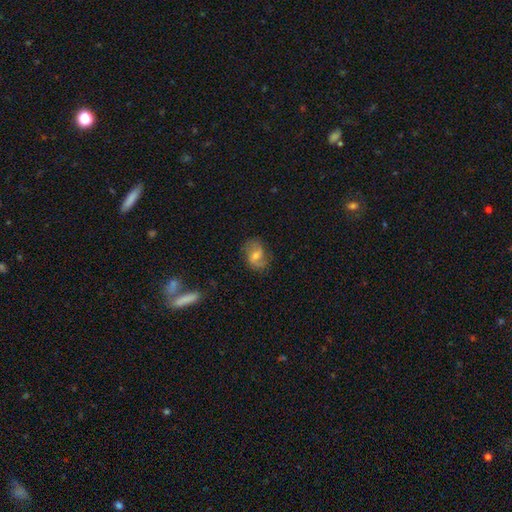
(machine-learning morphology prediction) Smooth or featured: featured or disk — 60% (smooth — 32%)
Edge-on disk: no — 97% (yes — 3%)
Bar: weak — 53% (no — 30%)
Spiral arms: yes — 88% (no — 12%)
Spiral winding: medium — 43% (loose — 42%)
Spiral arm count: 2 — 83% (can't tell — 8%)
Bulge size: moderate — 51% (small — 36%)
Merging: none — 71% (minor disturbance — 19%)